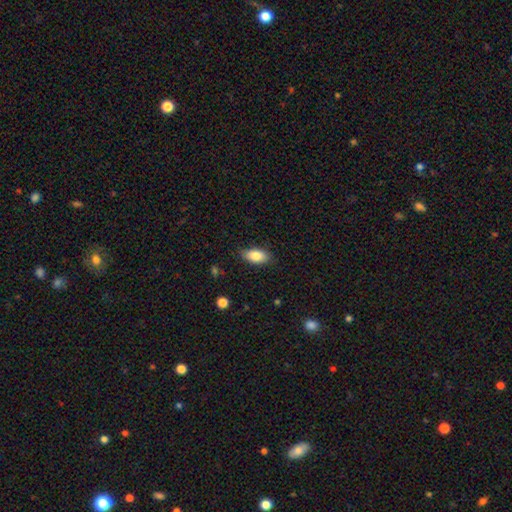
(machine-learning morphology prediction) smooth 83%, featured or disk 10%, star or artifact 7%. Down the decision tree: how rounded — in between (90%); merging — none (84%).